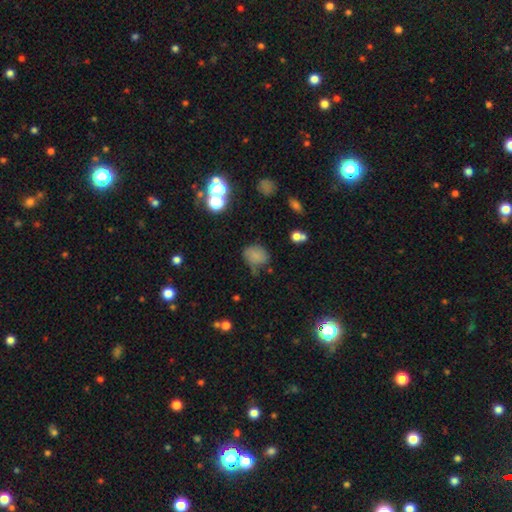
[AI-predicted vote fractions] smooth 72%, star or artifact 15%, featured or disk 13%. Down the decision tree: how rounded — round (52%); merging — none (50%).